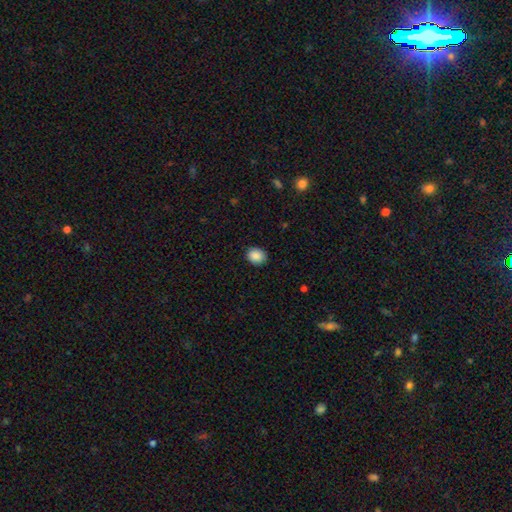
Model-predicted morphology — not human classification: Smooth or featured?
  - smooth: 89% *
  - star or artifact: 8%
  - featured or disk: 3%
How rounded?
  - round: 62% *
  - in between: 37%
  - cigar-shaped: 1%
Merging?
  - none: 88% *
  - minor disturbance: 9%
  - major disturbance: 2%
  - merger: 1%